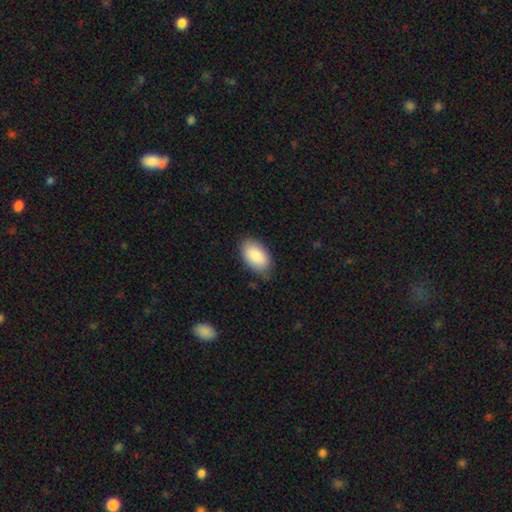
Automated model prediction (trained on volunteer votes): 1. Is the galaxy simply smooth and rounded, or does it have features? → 87% smooth, 7% featured or disk, 6% star or artifact.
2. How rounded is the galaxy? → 94% in between, 4% round, 1% cigar-shaped.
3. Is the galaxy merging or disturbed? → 81% none, 15% minor disturbance, 3% major disturbance, 1% merger.